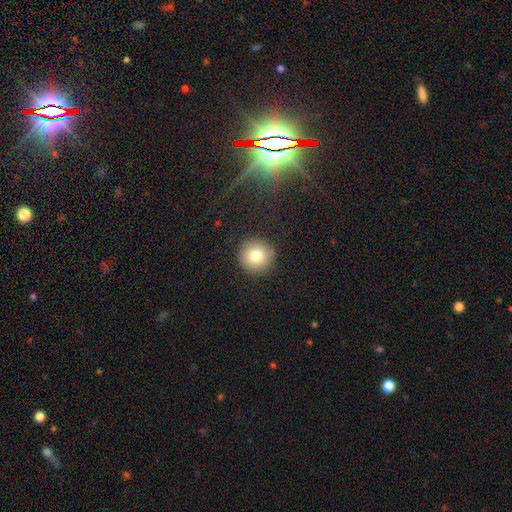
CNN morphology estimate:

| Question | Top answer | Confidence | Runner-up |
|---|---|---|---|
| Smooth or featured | smooth | 79% | featured or disk (11%) |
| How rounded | round | 95% | in between (4%) |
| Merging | none | 91% | minor disturbance (6%) |